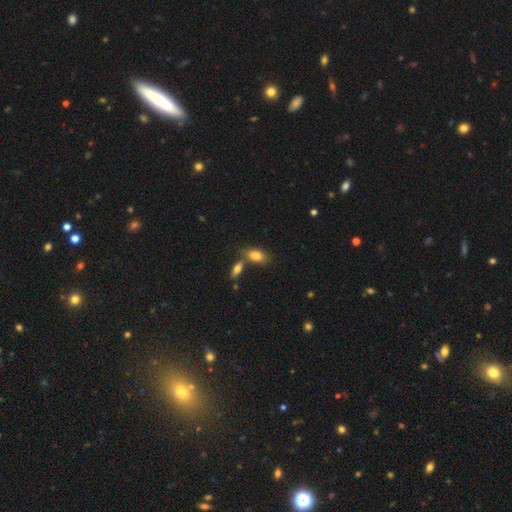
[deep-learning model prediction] Smooth or featured? Predicted: smooth (p=0.81). How rounded? Predicted: in between (p=0.88). Merging? Predicted: none (p=0.53).